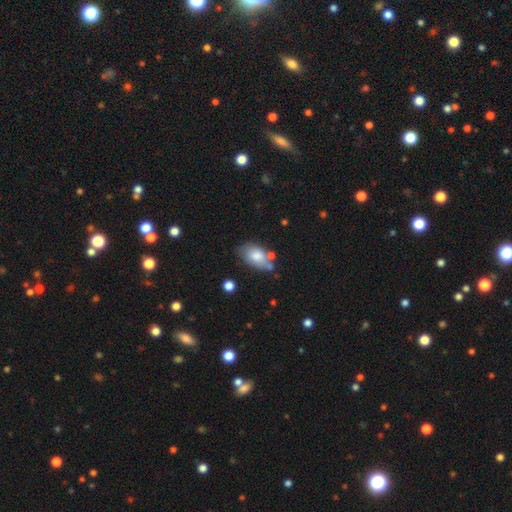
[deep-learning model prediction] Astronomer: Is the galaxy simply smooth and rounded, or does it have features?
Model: smooth — 74%.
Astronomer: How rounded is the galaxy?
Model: in between — 90%.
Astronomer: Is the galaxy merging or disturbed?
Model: none — 51% (runner-up: minor disturbance, 27%).